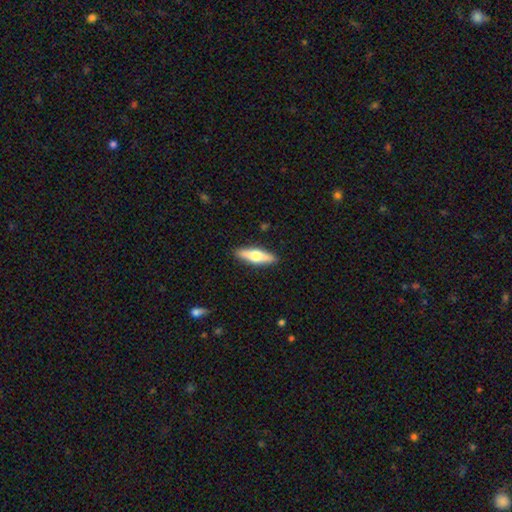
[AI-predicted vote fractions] Morphology: type=featured or disk (48%); merging=none (90%).